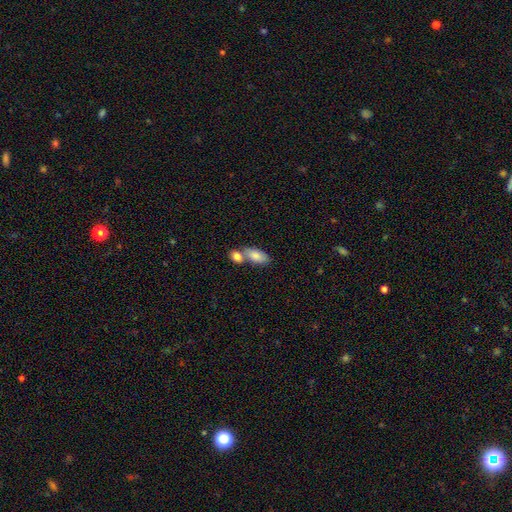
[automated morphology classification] This is clearly a smooth galaxy (83%). How rounded: clearly in between (89%). Merging: possibly merger (52%).